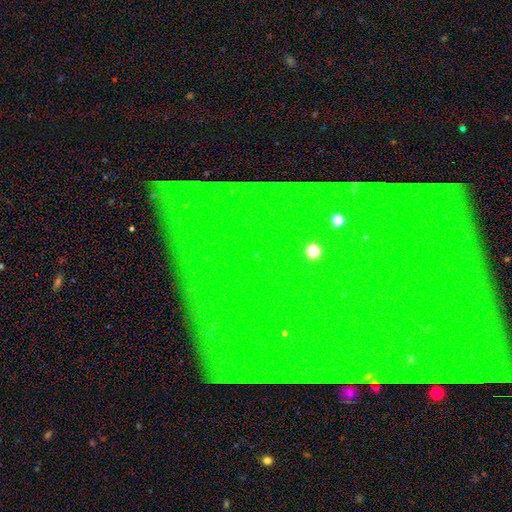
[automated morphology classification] A star or artifact, not a galaxy (83%).

Vote fractions:
- Smooth or featured? star or artifact: 83% / featured or disk: 9% / smooth: 8%